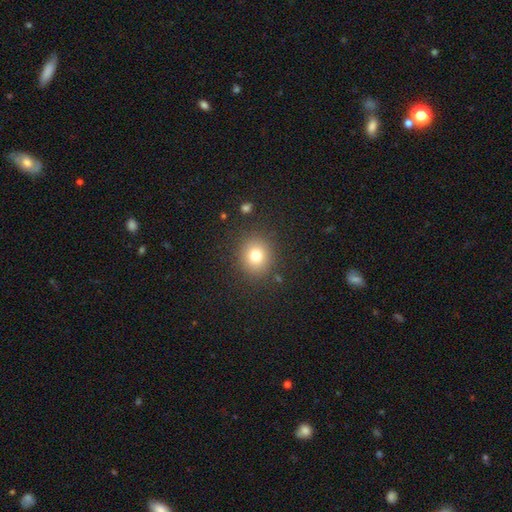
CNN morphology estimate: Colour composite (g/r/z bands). It shows a smooth galaxy with no disk features (78%) that is round (82%). Merging: none (87%).